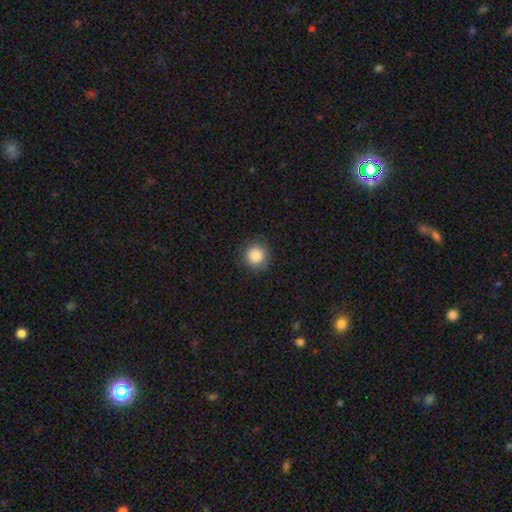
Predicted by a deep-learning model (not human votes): Morphology: type=smooth (87%); roundness=round (93%); merging=none (88%).